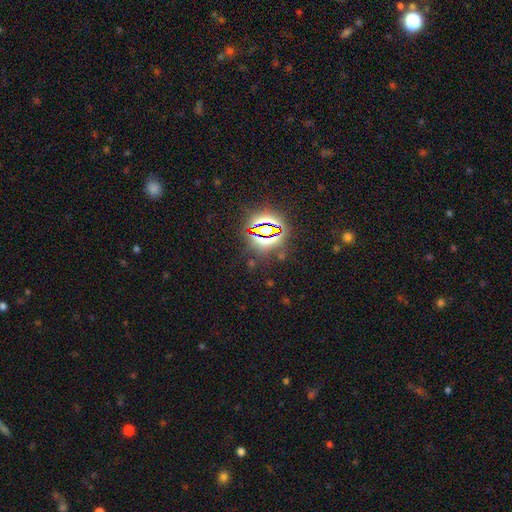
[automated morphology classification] A star or artifact, not a galaxy (82%).

Vote fractions:
- Smooth or featured? star or artifact: 82% / smooth: 11% / featured or disk: 7%